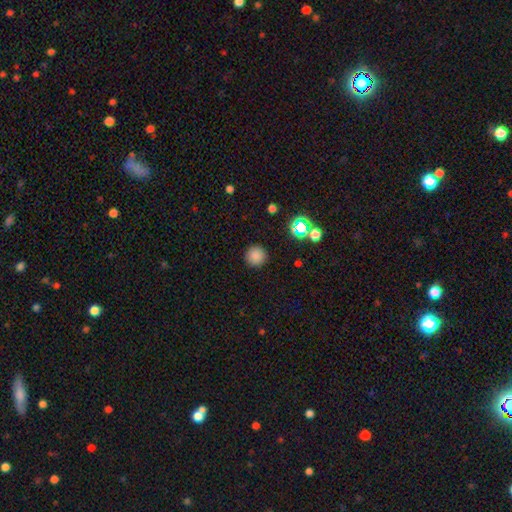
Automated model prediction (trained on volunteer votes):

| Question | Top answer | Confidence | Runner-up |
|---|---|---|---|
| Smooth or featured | smooth | 82% | star or artifact (14%) |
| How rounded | round | 95% | in between (4%) |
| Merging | none | 90% | minor disturbance (6%) |